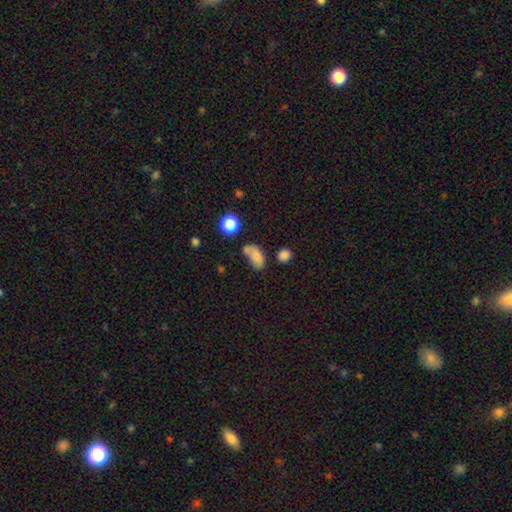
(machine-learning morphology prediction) This appears to be a smooth galaxy with no disk features (75%) that is in between round and cigar-shaped (85%). Merging: none (39%).